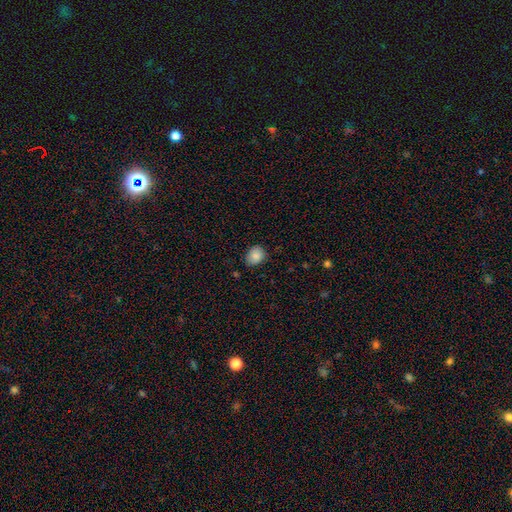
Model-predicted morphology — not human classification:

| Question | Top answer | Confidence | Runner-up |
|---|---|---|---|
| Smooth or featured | smooth | 86% | star or artifact (8%) |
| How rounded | in between | 53% | round (47%) |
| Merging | none | 76% | minor disturbance (19%) |